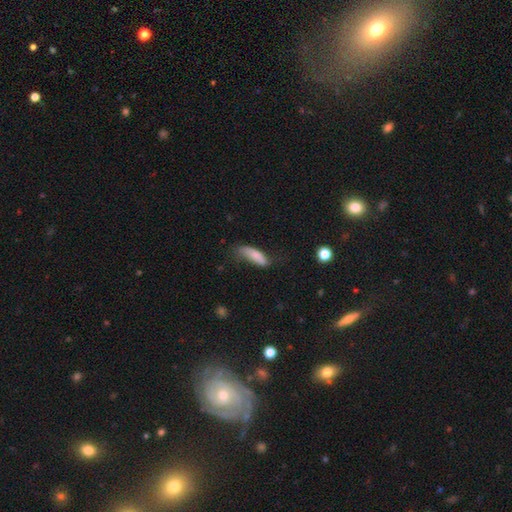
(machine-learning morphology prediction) smooth_or_featured: smooth (p=0.78) [alt: featured or disk p=0.15]
how_rounded: in between (p=0.50) [alt: cigar-shaped p=0.48]
merging: none (p=0.45) [alt: minor disturbance p=0.36]